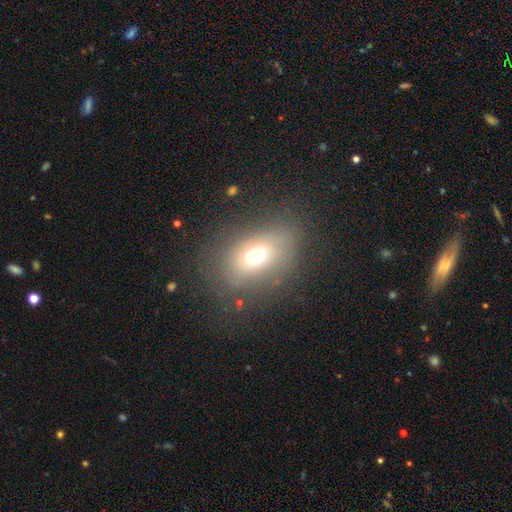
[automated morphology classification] type=smooth (65%); roundness=in between (79%); merging=none (72%).